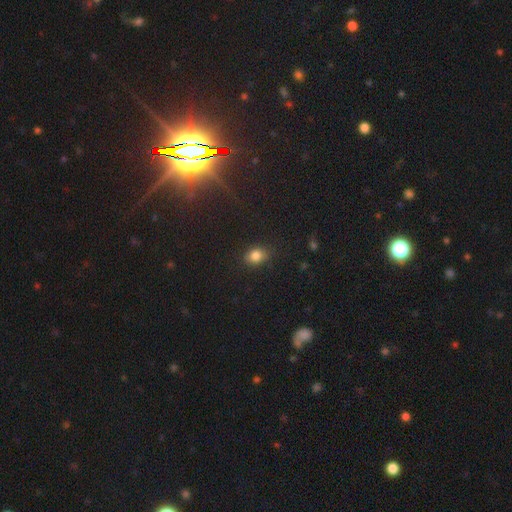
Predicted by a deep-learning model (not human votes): This appears to be a smooth galaxy with no disk features (82%) that is in between round and cigar-shaped (60%). Merging: none (80%).